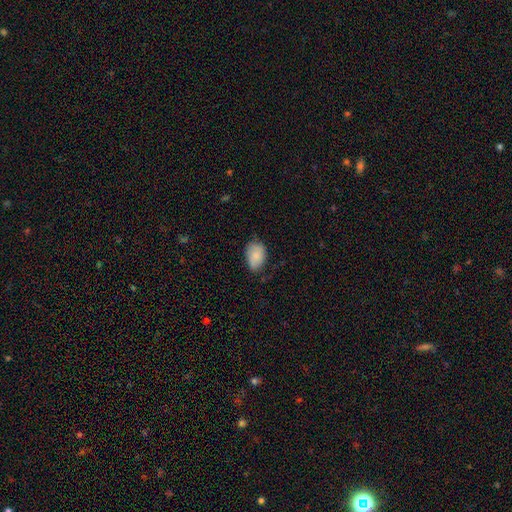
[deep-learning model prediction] The model was most divided on "merging": none: 63%, minor disturbance: 30%, major disturbance: 6%, merger: 1%. More confident: smooth or featured — smooth (85%); how rounded — in between (85%).